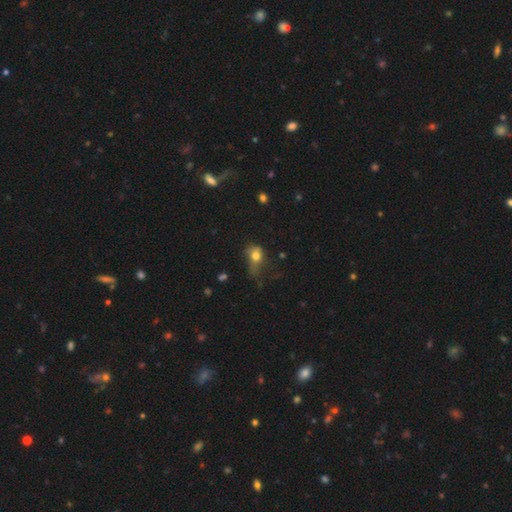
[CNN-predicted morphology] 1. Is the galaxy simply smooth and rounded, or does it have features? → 71% smooth, 17% featured or disk, 12% star or artifact.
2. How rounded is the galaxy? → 58% in between, 40% round, 2% cigar-shaped.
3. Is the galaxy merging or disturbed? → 45% major disturbance, 27% minor disturbance, 23% none, 5% merger.